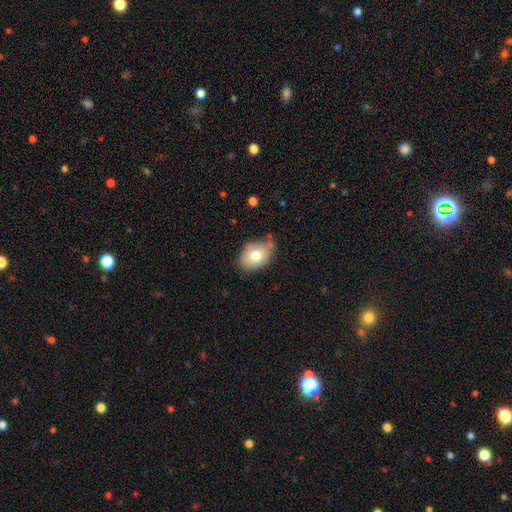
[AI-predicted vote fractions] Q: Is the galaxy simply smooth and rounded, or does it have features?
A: smooth — 74%.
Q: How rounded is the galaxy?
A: in between — 76%.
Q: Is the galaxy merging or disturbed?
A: none — 64%.